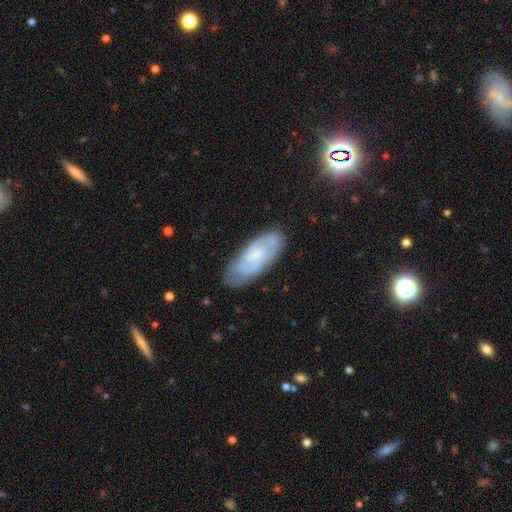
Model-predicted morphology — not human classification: featured or disk 64%, smooth 29%, star or artifact 8%. Down the decision tree: edge-on disk — no (90%); bar — no (52%); spiral arms — yes (85%); bulge size — small (44%); merging — none (75%).